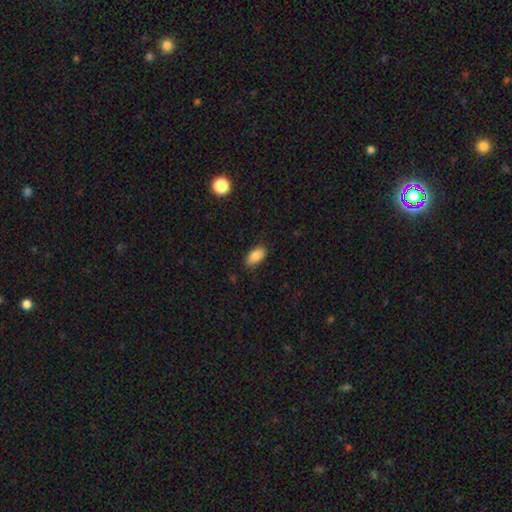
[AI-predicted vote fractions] Smooth or featured? Predicted: smooth (p=0.87). How rounded? Predicted: in between (p=0.92). Merging? Predicted: none (p=0.83).